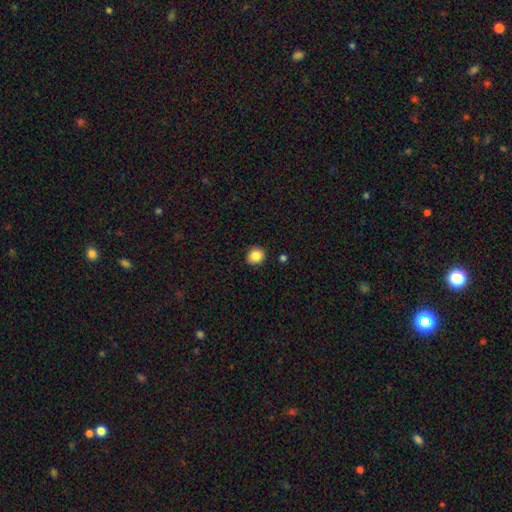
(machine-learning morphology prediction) Smooth or featured? smooth (86%)
How rounded? round (86%)
Merging? none (90%)